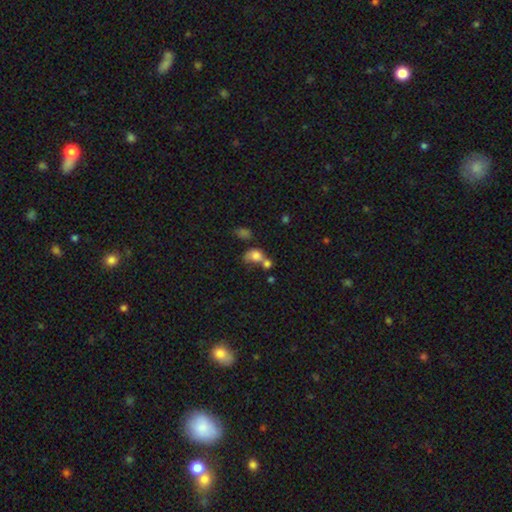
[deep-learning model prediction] The model was most divided on "how rounded": in between: 53%, round: 45%, cigar-shaped: 2%. More confident: smooth or featured — smooth (75%); merging — merger (55%).